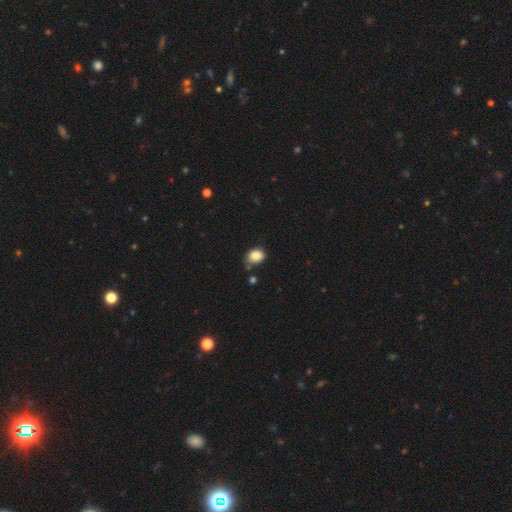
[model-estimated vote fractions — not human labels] This appears to be a smooth galaxy with no disk features (85%) that is in between round and cigar-shaped (59%). Merging: none (64%).